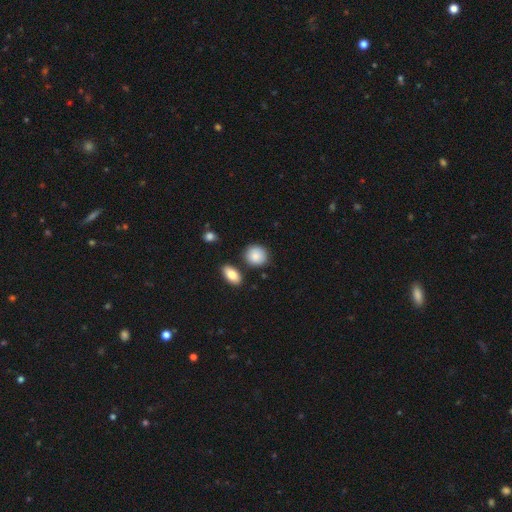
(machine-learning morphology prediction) This appears to be a smooth galaxy with no disk features (88%) that is round (77%). Merging: none (81%).